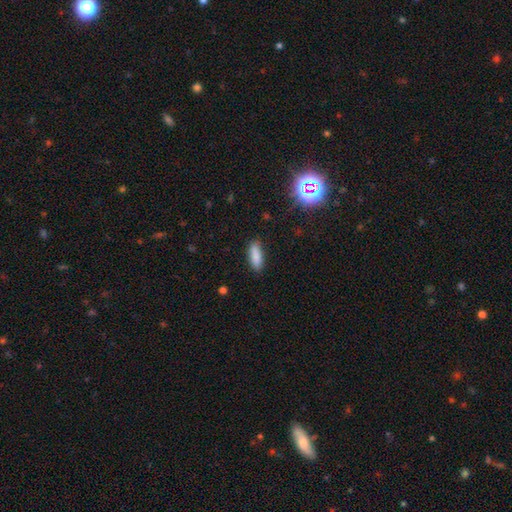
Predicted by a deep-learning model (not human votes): A smooth galaxy with no disk features (86%) that is in between round and cigar-shaped (61%). Merging: none (86%).